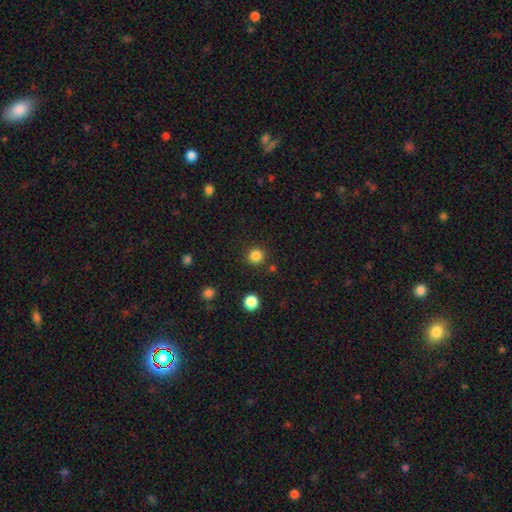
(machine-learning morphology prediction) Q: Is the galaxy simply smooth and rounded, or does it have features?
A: smooth — 84%.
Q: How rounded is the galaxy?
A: round — 93%.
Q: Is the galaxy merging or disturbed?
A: none — 88%.